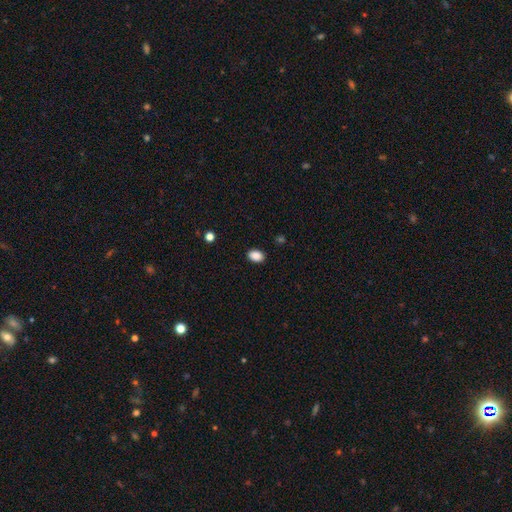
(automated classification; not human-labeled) Smooth or featured: smooth — 89% (star or artifact — 9%)
How rounded: in between — 79% (round — 20%)
Merging: none — 89% (minor disturbance — 8%)